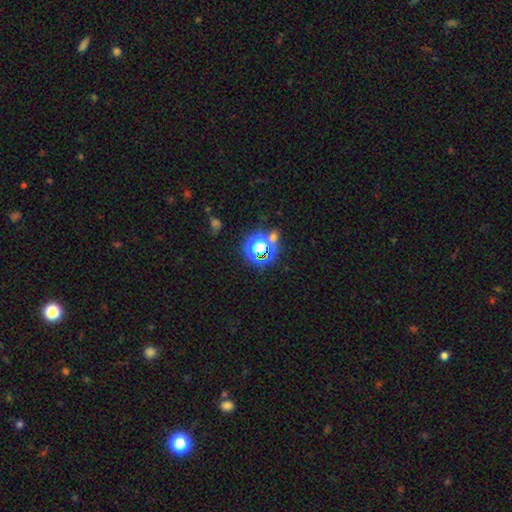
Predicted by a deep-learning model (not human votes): The model was most divided on "smooth or featured": star or artifact: 68%, smooth: 24%, featured or disk: 8%.